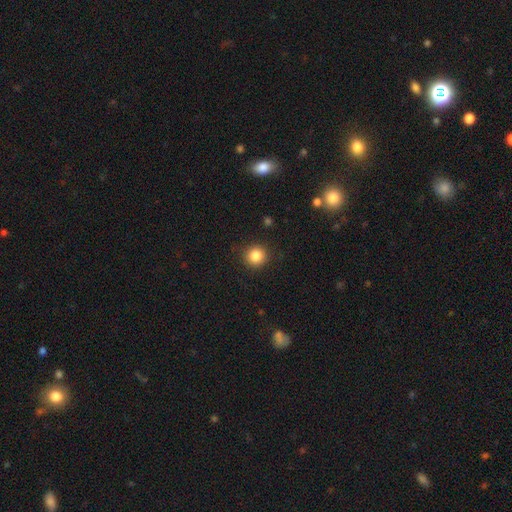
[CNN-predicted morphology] smooth_or_featured: smooth (p=0.84) [alt: star or artifact p=0.11]
how_rounded: round (p=0.93) [alt: in between p=0.06]
merging: none (p=0.90) [alt: minor disturbance p=0.07]